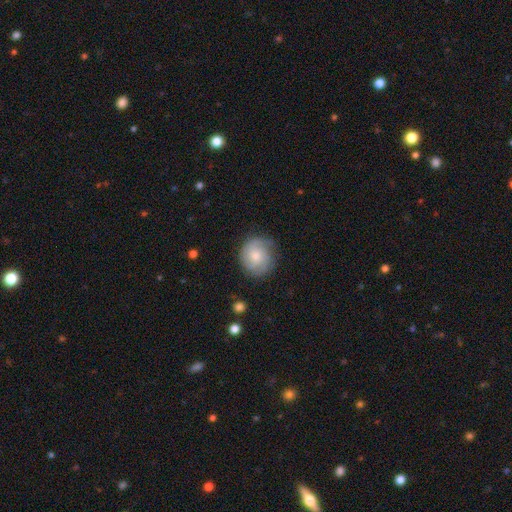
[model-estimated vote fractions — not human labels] Q: Smooth or featured?
A: smooth (60%); runner-up: featured or disk (33%)
Q: How rounded?
A: round (87%); runner-up: in between (12%)
Q: Merging?
A: none (71%); runner-up: minor disturbance (21%)